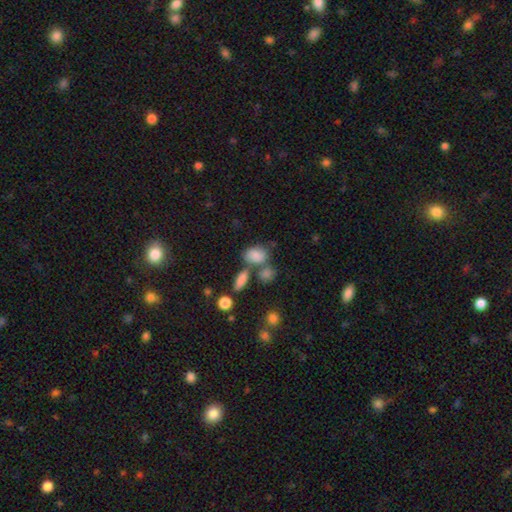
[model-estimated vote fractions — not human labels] This appears to be a smooth galaxy with no disk features (80%) that is in between round and cigar-shaped (77%). Merging: none (46%).